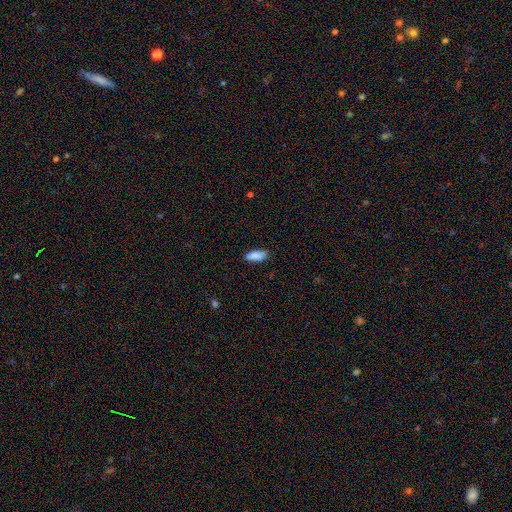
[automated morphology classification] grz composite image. It shows a smooth galaxy with no disk features (89%) that is in between round and cigar-shaped (80%). Merging: none (85%).